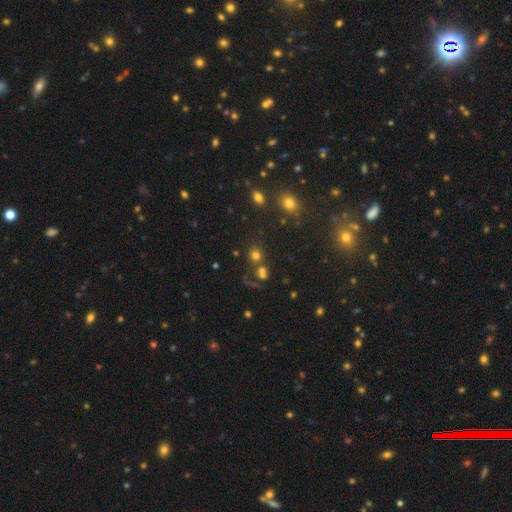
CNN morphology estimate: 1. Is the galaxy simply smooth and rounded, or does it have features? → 67% smooth, 24% star or artifact, 9% featured or disk.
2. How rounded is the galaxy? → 83% round, 16% in between, 1% cigar-shaped.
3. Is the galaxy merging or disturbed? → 64% none, 21% merger, 9% minor disturbance, 6% major disturbance.